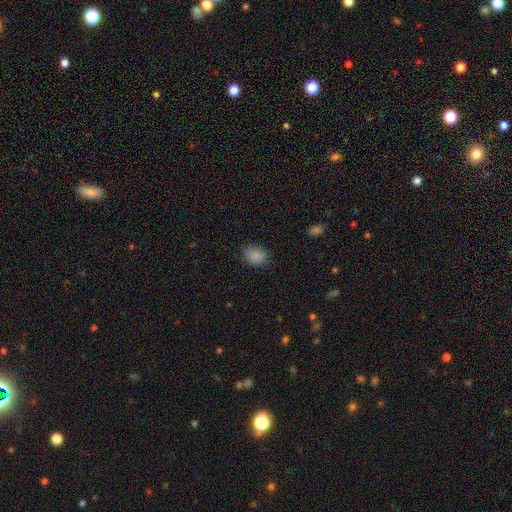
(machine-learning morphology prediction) This is clearly a smooth galaxy (87%). How rounded: possibly in between (58%). Merging: clearly none (84%).